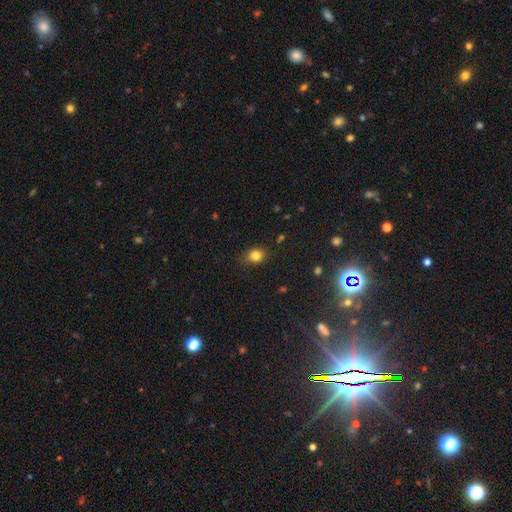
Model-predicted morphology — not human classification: Overall: smooth (81%). How rounded: round (54%; in between 45%). Merging: none (79%).